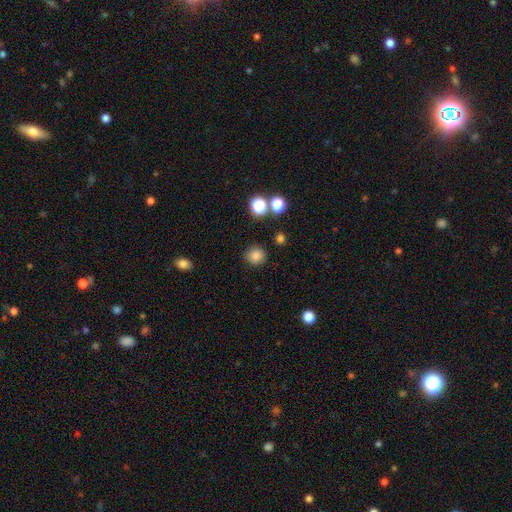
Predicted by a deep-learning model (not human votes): Morphology: type=smooth (82%); roundness=round (90%); merging=none (87%).